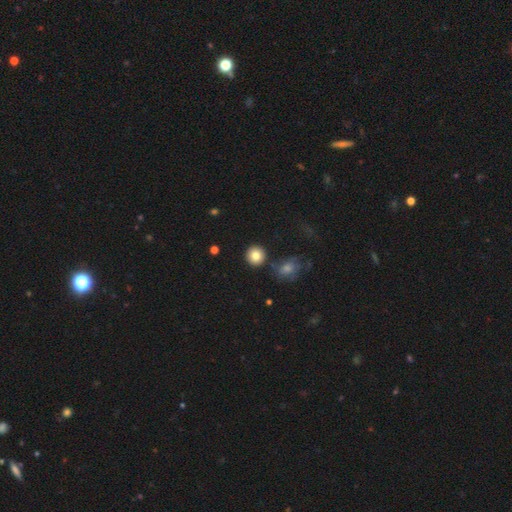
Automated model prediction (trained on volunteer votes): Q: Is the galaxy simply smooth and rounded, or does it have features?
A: smooth — 83%.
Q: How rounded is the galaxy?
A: round — 91%.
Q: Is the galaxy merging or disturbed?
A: none — 86%.